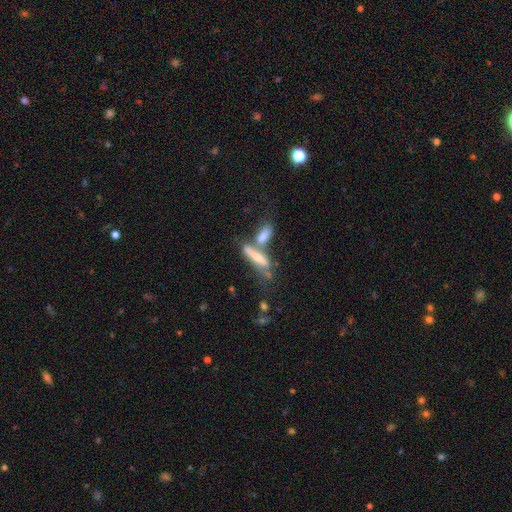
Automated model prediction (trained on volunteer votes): A featured or disk galaxy (41%). Merging: merger (47%).